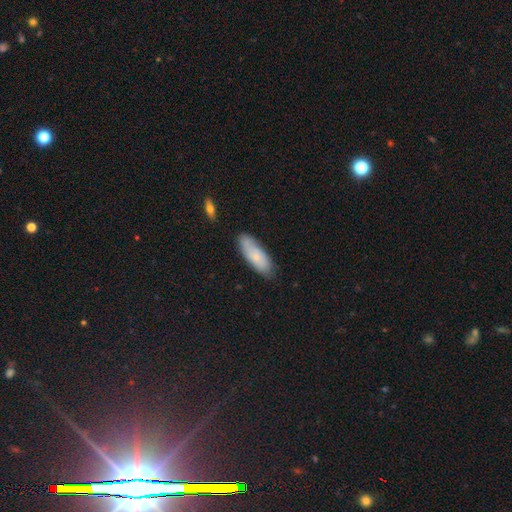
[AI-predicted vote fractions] Overall: smooth (70%). How rounded: in between (63%; cigar-shaped 35%). Merging: none (76%).